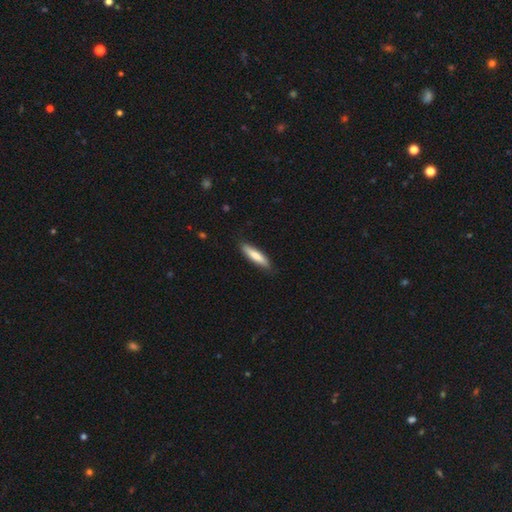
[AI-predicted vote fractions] smooth 78%, featured or disk 17%, star or artifact 5%. Down the decision tree: how rounded — cigar-shaped (78%); merging — none (87%).